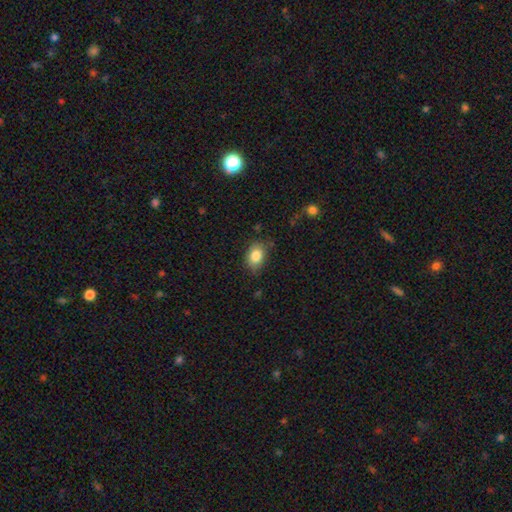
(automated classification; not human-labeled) This is clearly a smooth galaxy (84%). How rounded: likely in between (76%). Merging: likely none (74%).